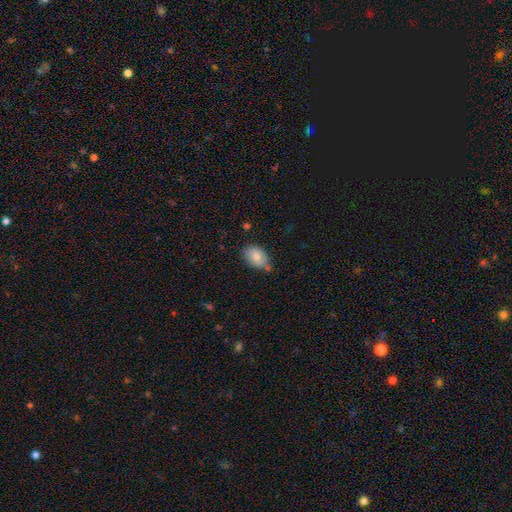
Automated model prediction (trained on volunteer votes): Overall: smooth (76%). How rounded: in between (77%). Merging: none (60%; minor disturbance 28%).